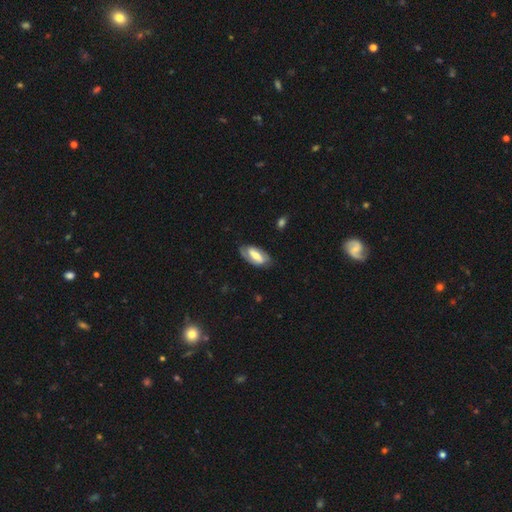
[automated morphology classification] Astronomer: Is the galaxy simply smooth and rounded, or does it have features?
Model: featured or disk — 60%.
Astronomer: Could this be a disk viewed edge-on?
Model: no — 89%.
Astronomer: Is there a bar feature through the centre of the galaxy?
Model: strong — 51% (runner-up: weak, 31%).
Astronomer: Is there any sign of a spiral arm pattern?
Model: yes — 70%.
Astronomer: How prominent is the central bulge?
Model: moderate — 52%.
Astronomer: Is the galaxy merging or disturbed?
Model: none — 71%.